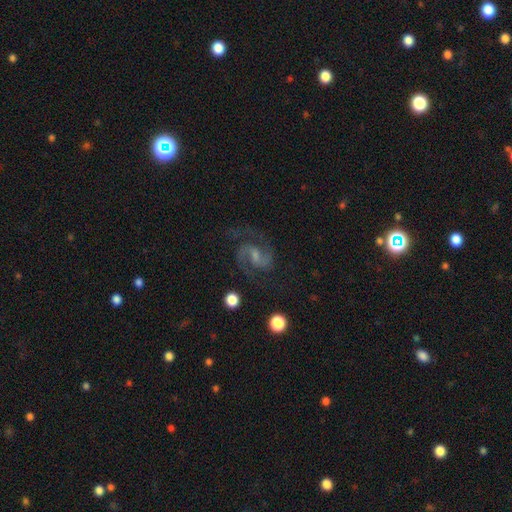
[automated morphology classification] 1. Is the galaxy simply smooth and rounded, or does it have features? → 88% featured or disk, 7% star or artifact, 5% smooth.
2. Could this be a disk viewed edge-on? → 98% no, 2% yes.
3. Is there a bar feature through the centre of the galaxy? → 54% weak, 28% no, 17% strong.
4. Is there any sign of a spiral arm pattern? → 98% yes, 2% no.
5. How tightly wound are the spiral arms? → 64% medium, 18% loose, 18% tight.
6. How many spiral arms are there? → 92% 2, 2% can't tell, 2% 3, 1% 1, 1% 4, 1% more than 4.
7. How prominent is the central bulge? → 46% small, 31% moderate, 18% none, 3% large, 1% dominant.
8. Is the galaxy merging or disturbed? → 77% none, 13% minor disturbance, 8% major disturbance, 2% merger.